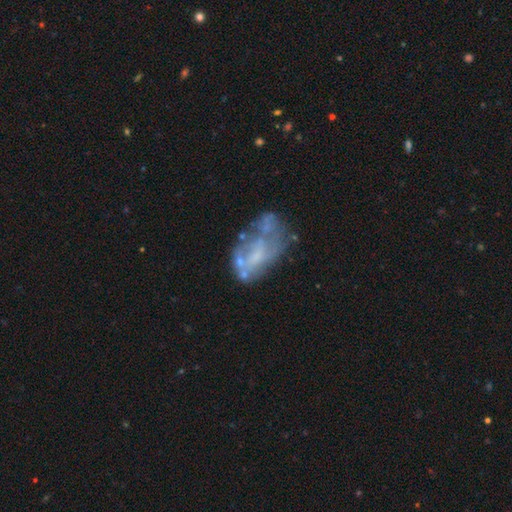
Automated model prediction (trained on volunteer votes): featured or disk 64%, smooth 25%, star or artifact 11%. Down the decision tree: edge-on disk — no (96%); bar — no (77%); spiral arms — no (81%); bulge size — none (51%); merging — none (41%).